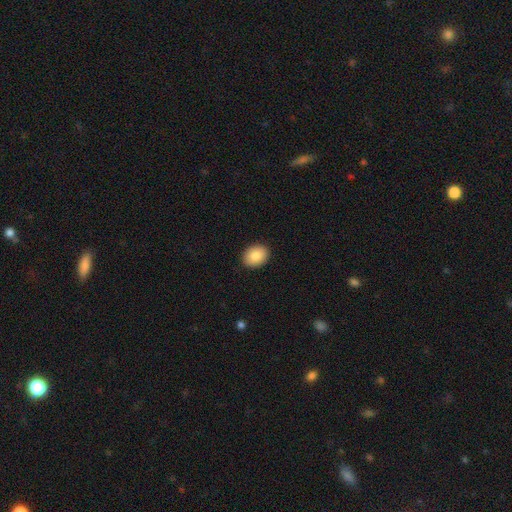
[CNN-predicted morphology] smooth-or-featured: smooth: 88% | star or artifact: 7% | featured or disk: 5%
  how-rounded: in between: 63% | round: 36% | cigar-shaped: 1%
  merging: none: 91% | minor disturbance: 6% | major disturbance: 2% | merger: 1%